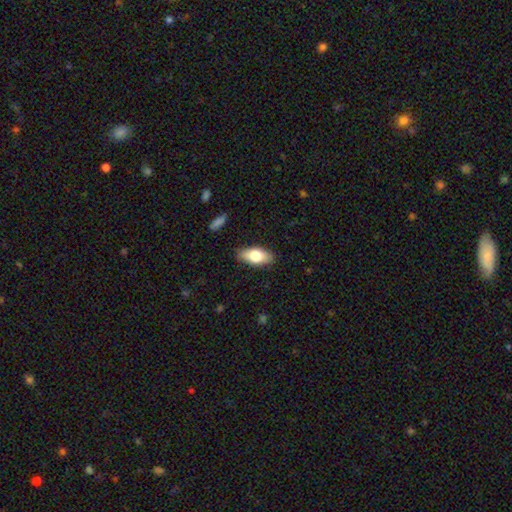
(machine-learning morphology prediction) Q: Smooth or featured?
A: smooth (74%); runner-up: featured or disk (19%)
Q: How rounded?
A: in between (88%); runner-up: cigar-shaped (8%)
Q: Merging?
A: none (86%); runner-up: minor disturbance (11%)